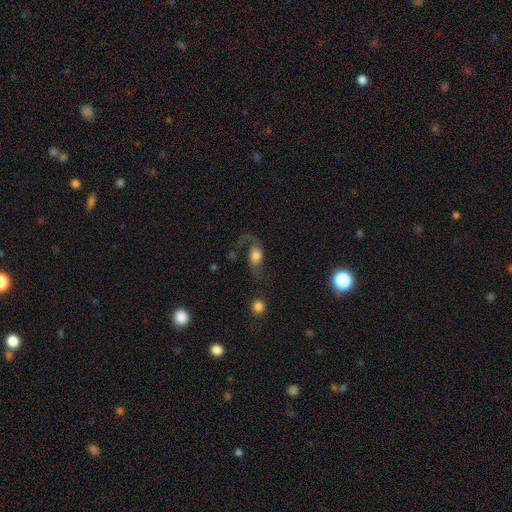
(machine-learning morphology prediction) Smooth or featured?
  - featured or disk: 51% *
  - smooth: 40%
  - star or artifact: 10%
Edge-on disk?
  - no: 93% *
  - yes: 7%
Merging?
  - none: 41% *
  - major disturbance: 35%
  - minor disturbance: 19%
  - merger: 6%